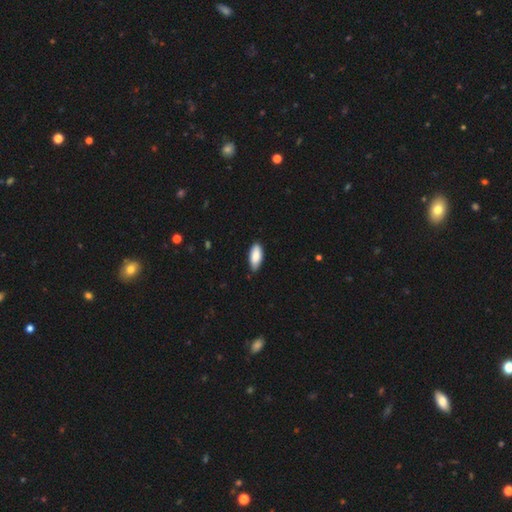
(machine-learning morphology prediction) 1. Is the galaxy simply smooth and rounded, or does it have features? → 85% smooth, 9% featured or disk, 6% star or artifact.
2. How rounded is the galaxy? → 85% in between, 13% cigar-shaped, 2% round.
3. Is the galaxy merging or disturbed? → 78% none, 18% minor disturbance, 2% major disturbance, 1% merger.